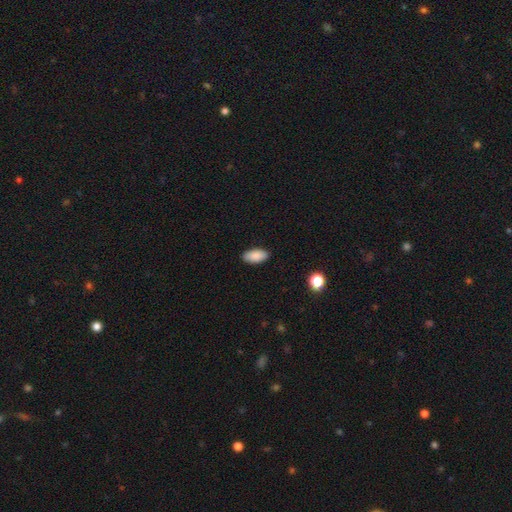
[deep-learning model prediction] Smooth or featured? Predicted: smooth (p=0.89). How rounded? Predicted: in between (p=0.93). Merging? Predicted: none (p=0.89).